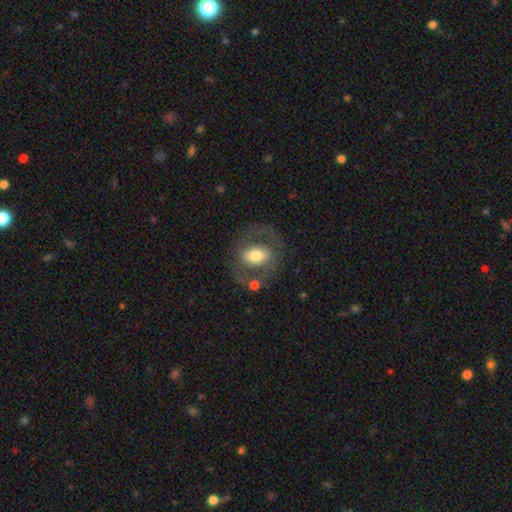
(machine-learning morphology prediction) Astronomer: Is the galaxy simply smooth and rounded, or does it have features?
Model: featured or disk — 60%.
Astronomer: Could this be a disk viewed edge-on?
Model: no — 95%.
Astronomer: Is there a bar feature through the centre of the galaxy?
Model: weak — 37% (runner-up: no, 33%).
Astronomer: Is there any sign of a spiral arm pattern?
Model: yes — 56% (runner-up: no, 44%).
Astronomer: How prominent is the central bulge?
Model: moderate — 65%.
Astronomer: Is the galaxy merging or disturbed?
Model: none — 63%.